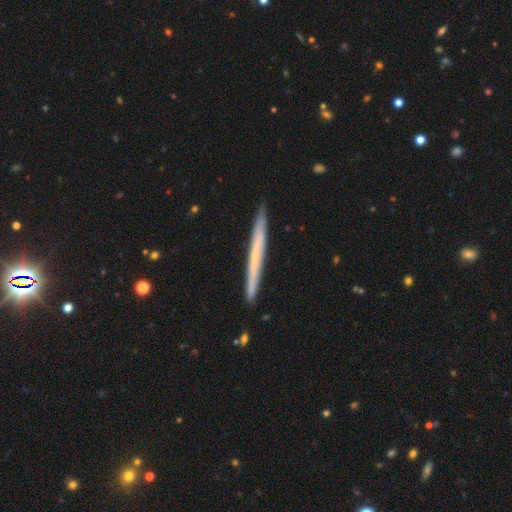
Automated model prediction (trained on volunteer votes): A featured or disk galaxy (53%) viewed edge-on (97%) with no central bulge (84%).

Vote fractions:
- Smooth or featured? featured or disk: 53% / smooth: 41% / star or artifact: 6%
- Edge-on disk? yes: 97% / no: 3%
- Edge-on bulge? none: 84% / rounded: 13% / boxy: 3%
- Merging? none: 90% / minor disturbance: 7% / merger: 1% / major disturbance: 1%